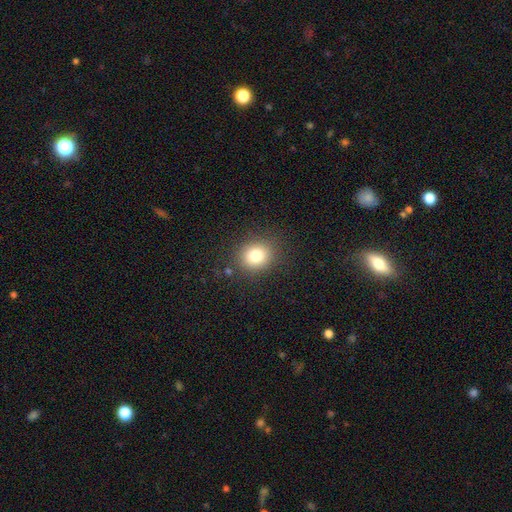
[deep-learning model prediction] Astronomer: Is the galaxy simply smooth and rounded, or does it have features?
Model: smooth — 80%.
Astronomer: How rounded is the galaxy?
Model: round — 74%.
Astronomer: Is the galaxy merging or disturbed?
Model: none — 86%.